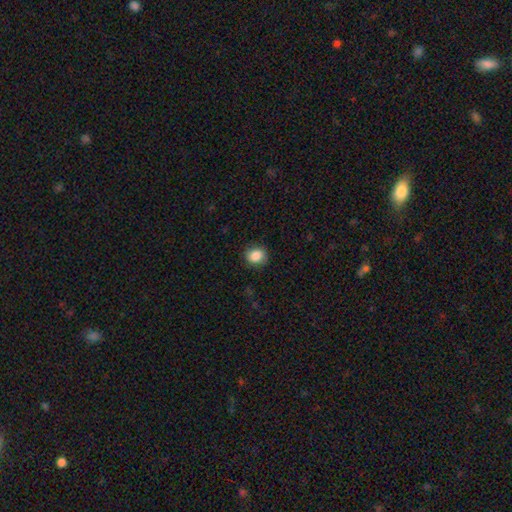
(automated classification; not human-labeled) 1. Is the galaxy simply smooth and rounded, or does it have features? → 86% smooth, 9% star or artifact, 5% featured or disk.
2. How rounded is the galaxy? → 70% round, 30% in between, 1% cigar-shaped.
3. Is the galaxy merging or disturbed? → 85% none, 12% minor disturbance, 3% major disturbance, 1% merger.